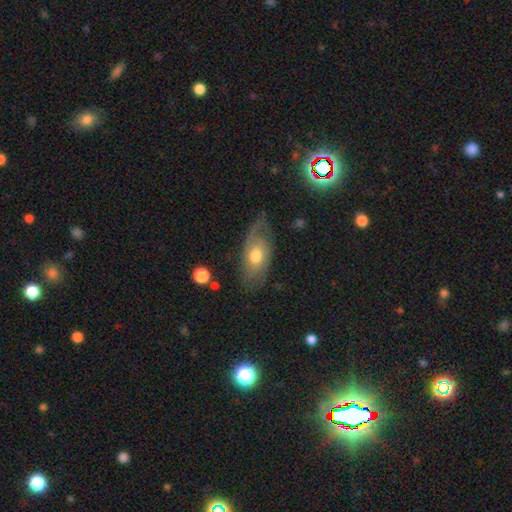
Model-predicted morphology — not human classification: type=featured or disk (53%); edge-on=no (86%); merging=none (59%).